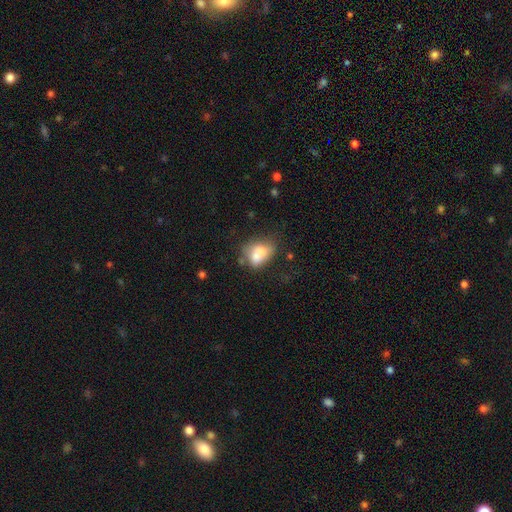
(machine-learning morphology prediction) Smooth or featured? Predicted: smooth (p=0.67). How rounded? Predicted: in between (p=0.71). Merging? Predicted: merger (p=0.45).